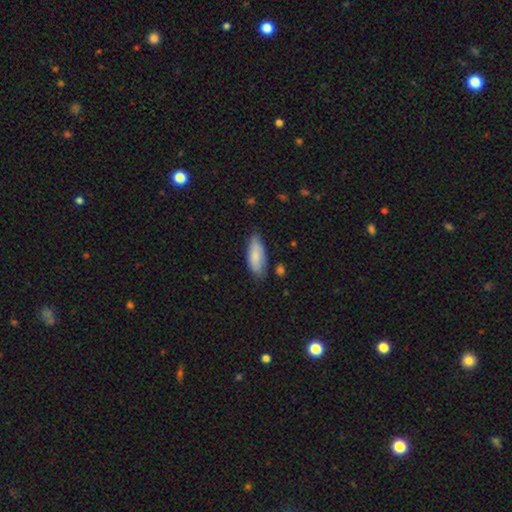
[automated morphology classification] Smooth or featured: smooth — 81% (featured or disk — 13%)
How rounded: in between — 75% (cigar-shaped — 23%)
Merging: none — 75% (minor disturbance — 20%)